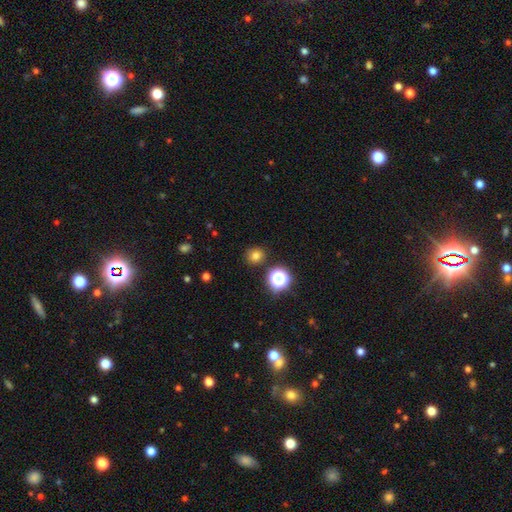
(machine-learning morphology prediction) This is likely a smooth galaxy (76%). How rounded: clearly round (86%). Merging: clearly none (88%).